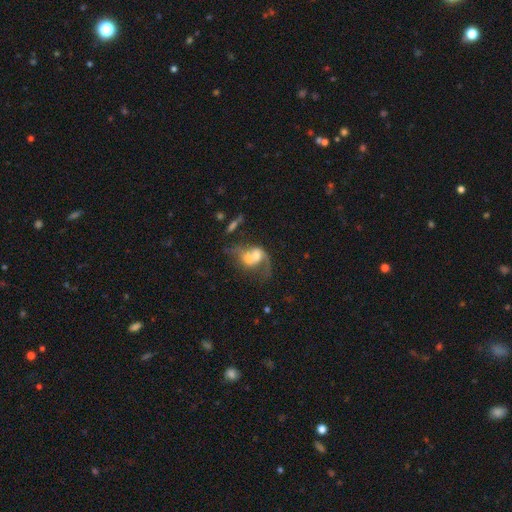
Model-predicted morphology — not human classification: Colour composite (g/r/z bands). It shows a featured or disk galaxy (53%) with no bar (74%), spiral arms (63%) and a moderate central bulge (43%). Merging: merger (71%).